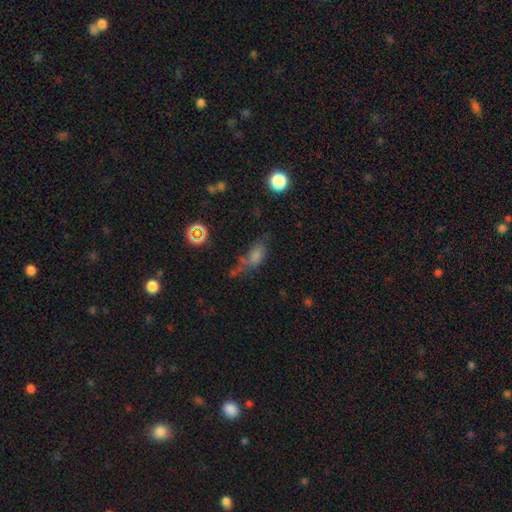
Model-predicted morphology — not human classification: Smooth or featured: smooth — 62% (star or artifact — 21%)
How rounded: in between — 70% (cigar-shaped — 18%)
Merging: none — 41% (minor disturbance — 25%)